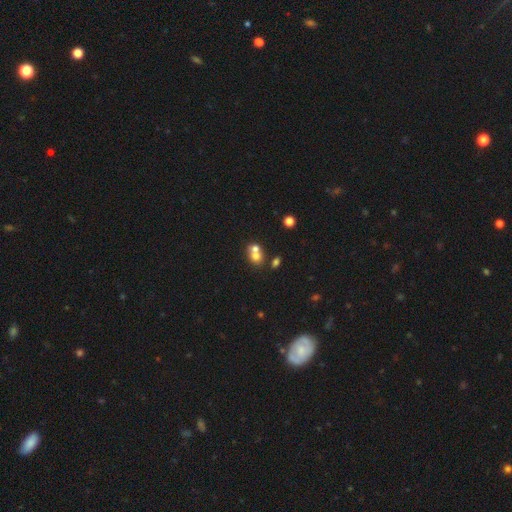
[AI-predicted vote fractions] Smooth or featured? smooth (69%)
How rounded? round (61%)
Merging? merger (61%)